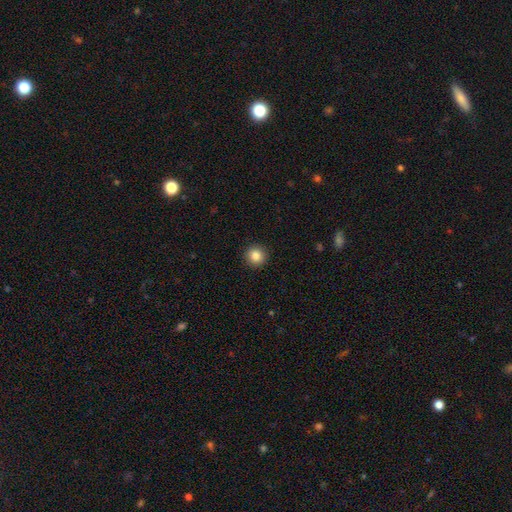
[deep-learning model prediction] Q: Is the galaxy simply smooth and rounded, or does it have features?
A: smooth — 85%.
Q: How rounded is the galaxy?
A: round — 94%.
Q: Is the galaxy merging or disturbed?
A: none — 92%.